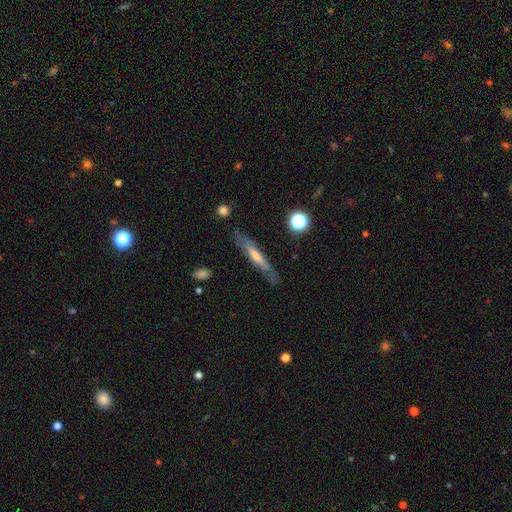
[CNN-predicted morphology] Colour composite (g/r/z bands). It shows a featured or disk galaxy (62%) viewed edge-on (83%) with a rounded central bulge (54%). Merging: none (82%).